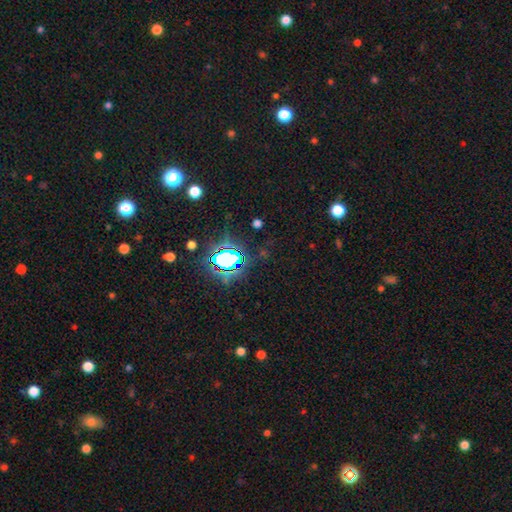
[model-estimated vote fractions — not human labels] A star or artifact, not a galaxy (81%).

Vote fractions:
- Smooth or featured? star or artifact: 81% / smooth: 12% / featured or disk: 7%